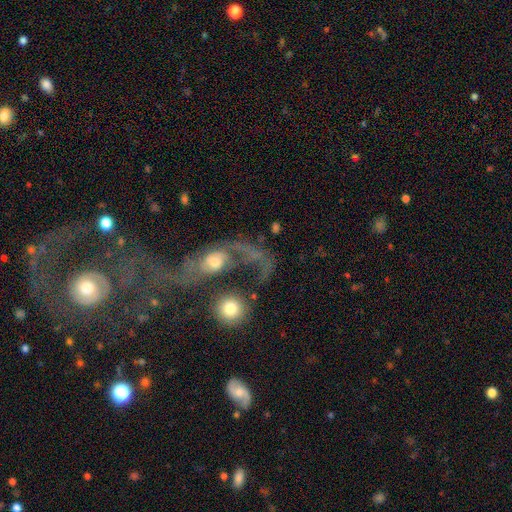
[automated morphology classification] The model was most divided on "merging": major disturbance: 33%, merger: 29%, none: 26%, minor disturbance: 12%. More confident: edge-on disk — no (92%); spiral arms — yes (80%); smooth or featured — featured or disk (67%); bar — no (64%); bulge size — moderate (54%).